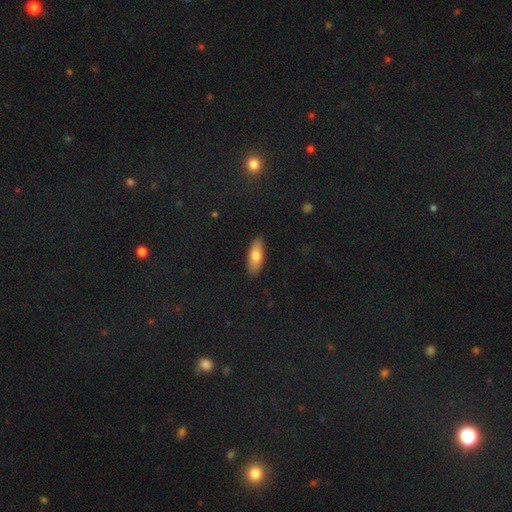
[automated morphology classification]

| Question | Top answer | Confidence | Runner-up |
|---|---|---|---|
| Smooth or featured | smooth | 74% | featured or disk (20%) |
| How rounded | in between | 70% | cigar-shaped (27%) |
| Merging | none | 88% | minor disturbance (9%) |